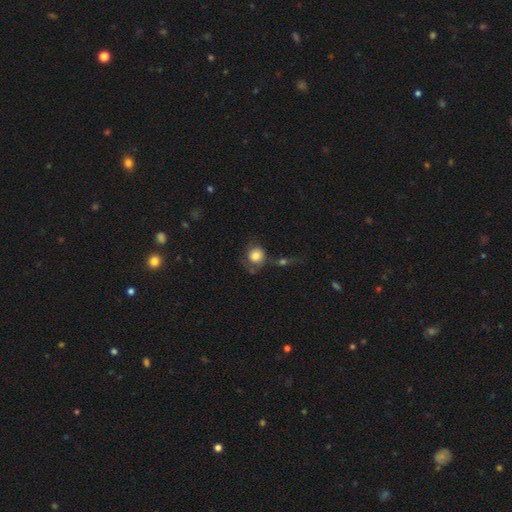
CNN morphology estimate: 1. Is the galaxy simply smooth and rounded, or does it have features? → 75% smooth, 16% featured or disk, 8% star or artifact.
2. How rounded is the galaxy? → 83% round, 16% in between, 1% cigar-shaped.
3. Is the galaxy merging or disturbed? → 41% none, 21% minor disturbance, 21% major disturbance, 17% merger.